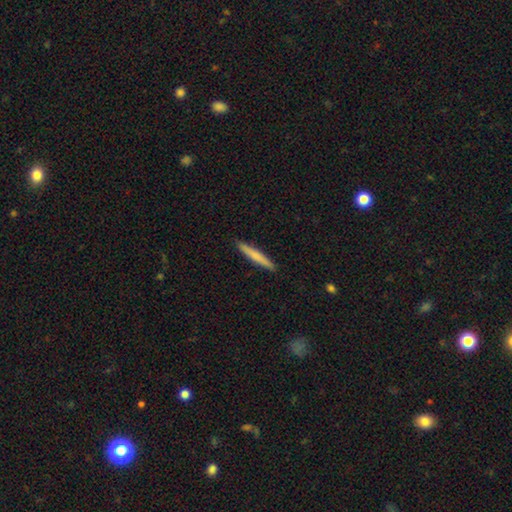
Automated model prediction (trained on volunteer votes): Smooth or featured: smooth — 72% (featured or disk — 23%)
How rounded: cigar-shaped — 95% (in between — 3%)
Merging: none — 92% (minor disturbance — 6%)